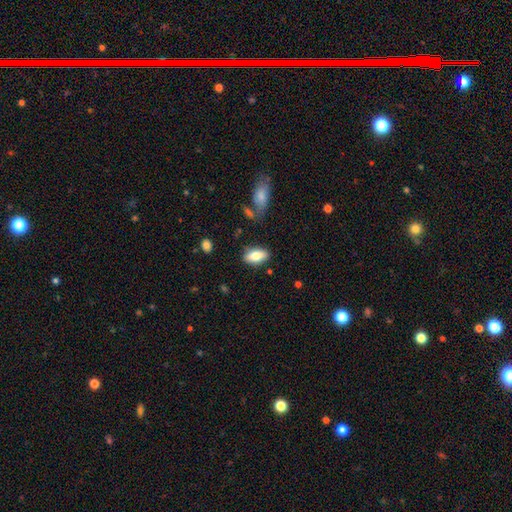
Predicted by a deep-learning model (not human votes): Smooth or featured: smooth — 74% (featured or disk — 19%)
How rounded: in between — 87% (cigar-shaped — 9%)
Merging: none — 81% (minor disturbance — 13%)